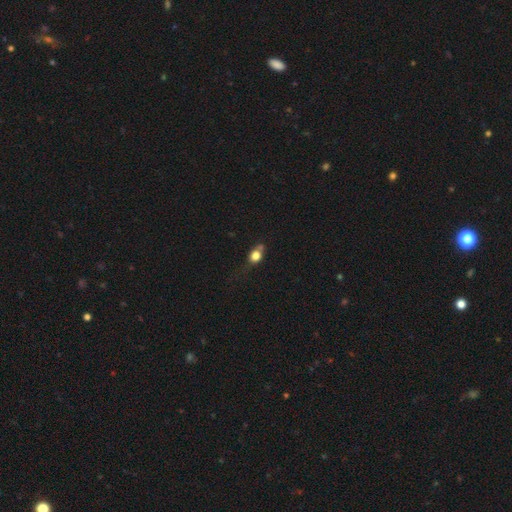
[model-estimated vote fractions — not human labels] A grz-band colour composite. It shows a smooth galaxy with no disk features (75%) that is round (57%). Merging: none (44%).